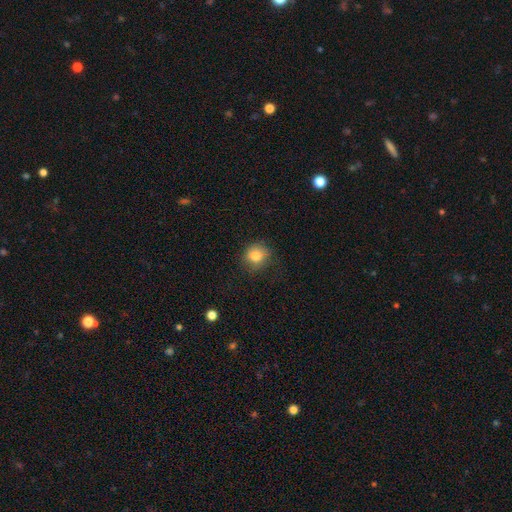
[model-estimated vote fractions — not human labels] A smooth galaxy with no disk features (81%) that is round (81%). Merging: none (77%).